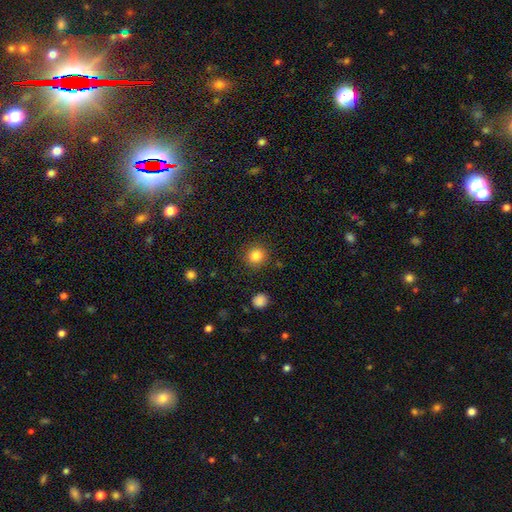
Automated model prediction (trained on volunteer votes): A smooth galaxy with no disk features (85%) that is round (91%). Merging: none (89%).